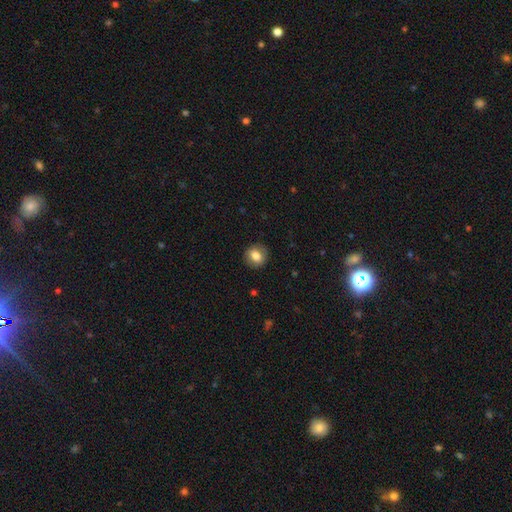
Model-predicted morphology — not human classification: Overall: smooth (79%). How rounded: round (76%). Merging: none (88%).